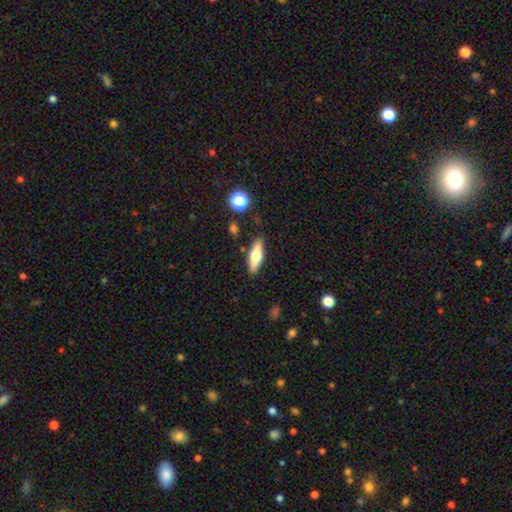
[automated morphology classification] The model was most divided on "how rounded": in between: 50%, cigar-shaped: 47%, round: 3%. More confident: merging — none (86%); smooth or featured — smooth (59%).